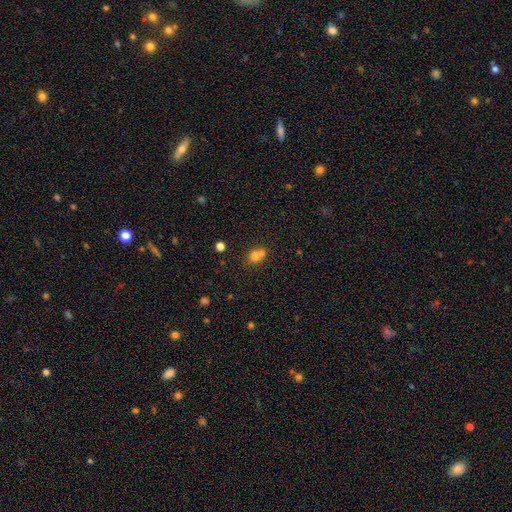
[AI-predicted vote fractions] Smooth or featured? Predicted: smooth (p=0.72). How rounded? Predicted: round (p=0.69). Merging? Predicted: merger (p=0.53).